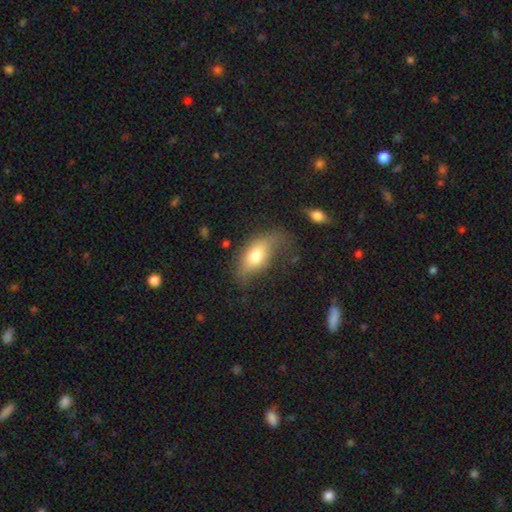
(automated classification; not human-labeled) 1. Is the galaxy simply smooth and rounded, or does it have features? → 70% smooth, 23% featured or disk, 7% star or artifact.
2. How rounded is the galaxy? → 86% in between, 8% cigar-shaped, 5% round.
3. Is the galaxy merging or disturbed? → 47% none, 30% minor disturbance, 19% major disturbance, 3% merger.